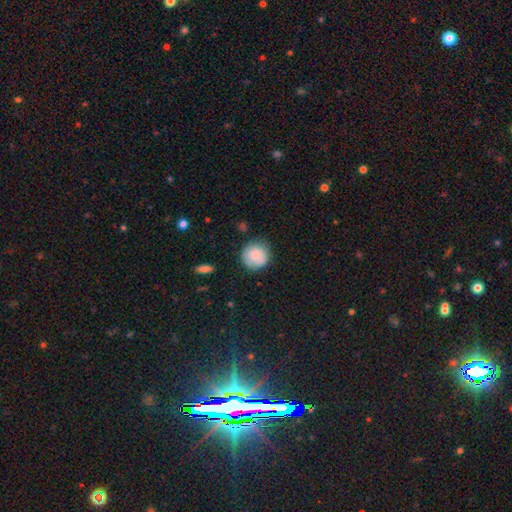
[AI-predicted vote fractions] Smooth or featured: smooth — 76% (featured or disk — 16%)
How rounded: round — 92% (in between — 7%)
Merging: none — 77% (minor disturbance — 17%)